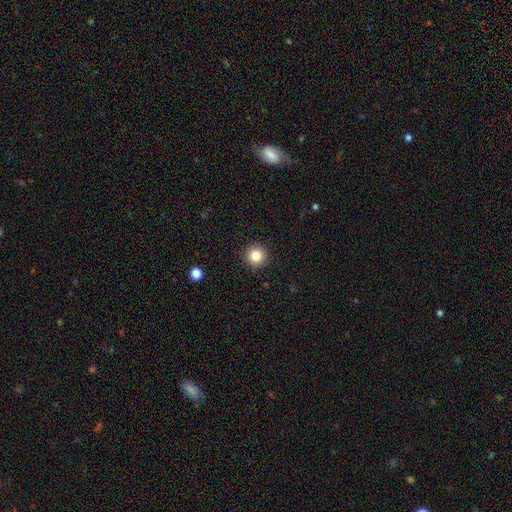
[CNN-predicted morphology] The model was most divided on "smooth or featured": smooth: 84%, star or artifact: 11%, featured or disk: 6%. More confident: how rounded — round (95%); merging — none (93%).